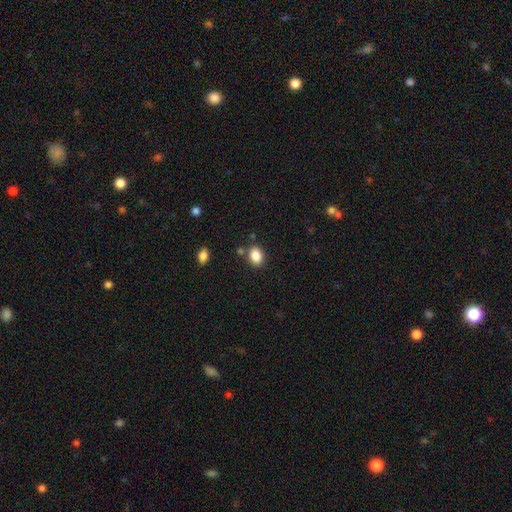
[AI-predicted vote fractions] The model was most divided on "how rounded": in between: 70%, round: 29%, cigar-shaped: 1%. More confident: smooth or featured — smooth (86%); merging — none (80%).